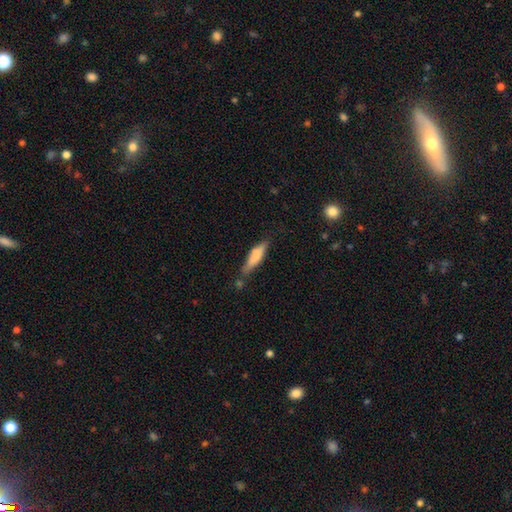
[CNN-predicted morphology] Q: Smooth or featured?
A: smooth (72%); runner-up: featured or disk (22%)
Q: How rounded?
A: cigar-shaped (68%); runner-up: in between (30%)
Q: Merging?
A: none (62%); runner-up: minor disturbance (24%)